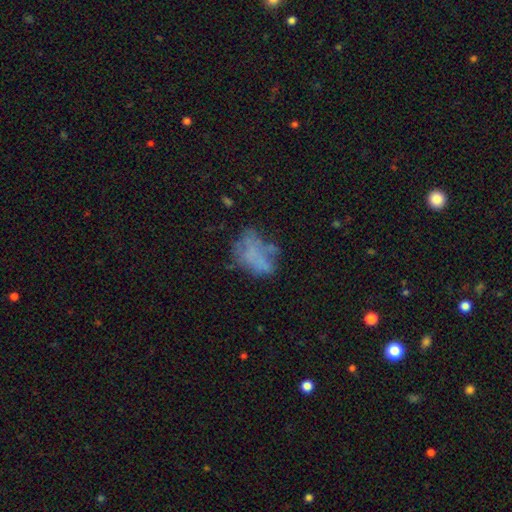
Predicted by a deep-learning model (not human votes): Smooth or featured: smooth — 44% (featured or disk — 41%)
Merging: none — 40% (major disturbance — 27%)